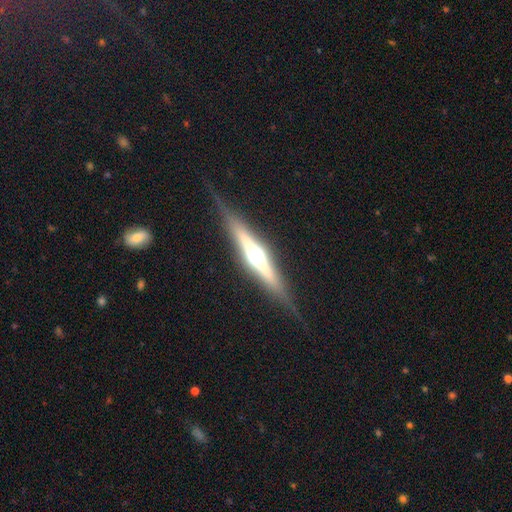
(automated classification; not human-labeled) Smooth or featured? Predicted: featured or disk (p=0.76). Edge-on disk? Predicted: yes (p=0.97). Edge-on bulge? Predicted: rounded (p=0.92). Merging? Predicted: none (p=0.85).